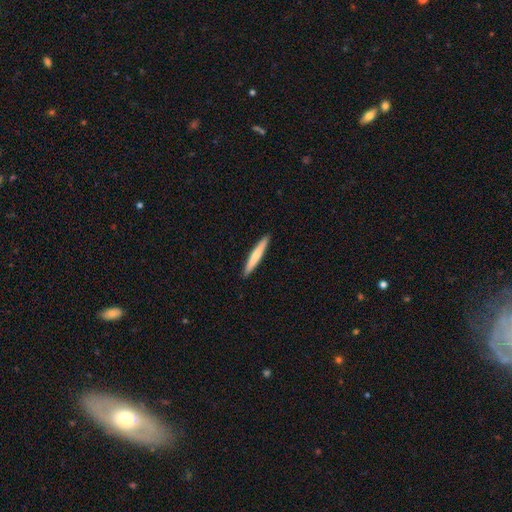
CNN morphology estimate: This is likely a smooth galaxy (67%). How rounded: clearly cigar-shaped (96%). Merging: clearly none (93%).